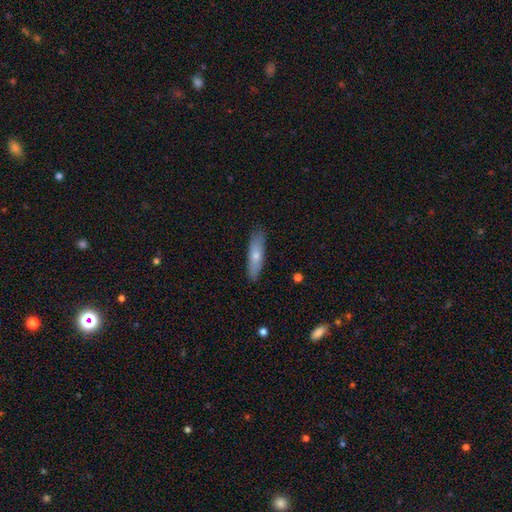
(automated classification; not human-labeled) Smooth or featured? smooth (68%)
How rounded? cigar-shaped (68%)
Merging? none (87%)